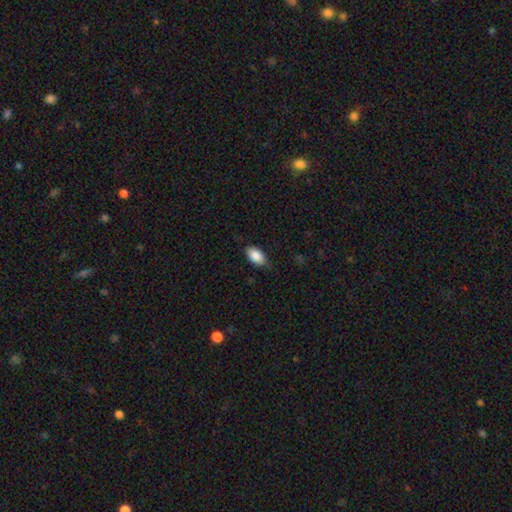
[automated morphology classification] smooth-or-featured: smooth: 88% | star or artifact: 7% | featured or disk: 5%
  how-rounded: in between: 93% | round: 5% | cigar-shaped: 2%
  merging: none: 76% | minor disturbance: 20% | major disturbance: 3% | merger: 1%